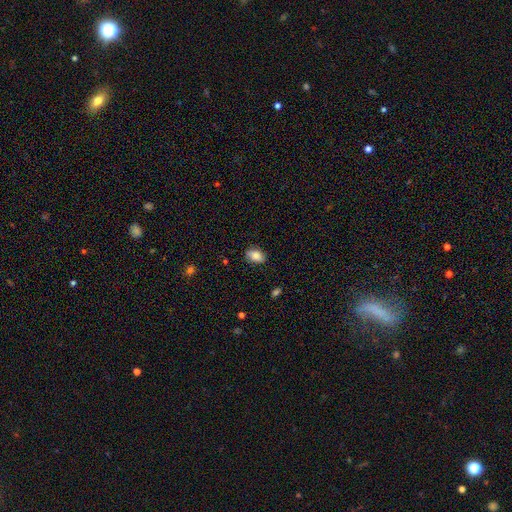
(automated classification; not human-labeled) Smooth or featured?
  - smooth: 82% *
  - featured or disk: 10%
  - star or artifact: 8%
How rounded?
  - in between: 83% *
  - round: 15%
  - cigar-shaped: 1%
Merging?
  - none: 79% *
  - minor disturbance: 17%
  - major disturbance: 3%
  - merger: 1%